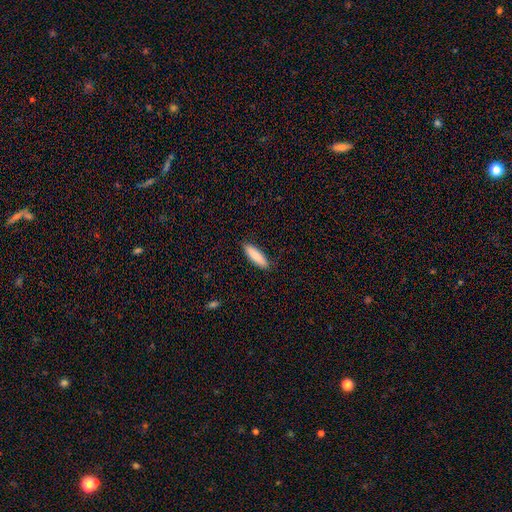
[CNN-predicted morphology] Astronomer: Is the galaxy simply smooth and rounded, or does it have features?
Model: smooth — 87%.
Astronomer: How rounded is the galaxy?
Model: cigar-shaped — 58% (runner-up: in between, 40%).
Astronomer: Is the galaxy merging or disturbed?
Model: none — 86%.